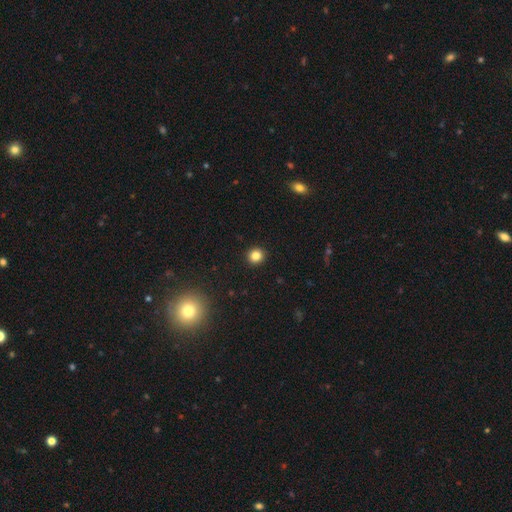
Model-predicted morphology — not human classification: Smooth or featured? Predicted: smooth (p=0.83). How rounded? Predicted: round (p=0.92). Merging? Predicted: none (p=0.93).